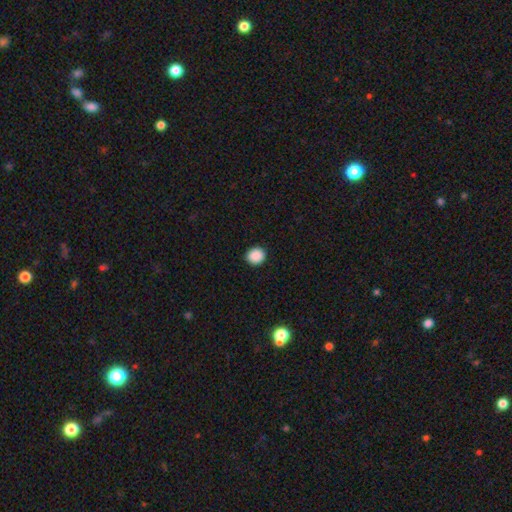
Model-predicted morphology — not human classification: Overall: smooth (89%). How rounded: round (86%). Merging: none (92%).